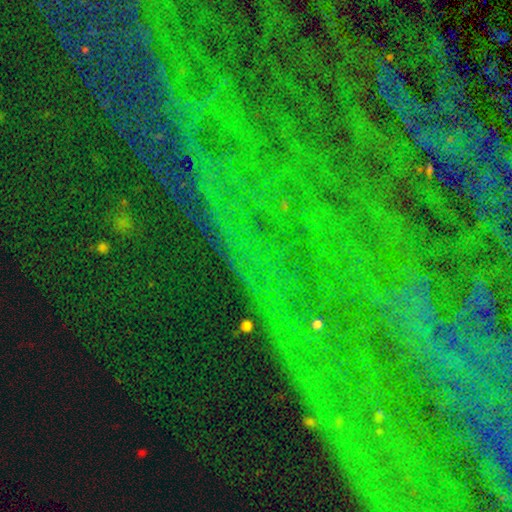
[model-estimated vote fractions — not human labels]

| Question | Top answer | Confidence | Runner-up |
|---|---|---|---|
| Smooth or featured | star or artifact | 84% | featured or disk (9%) |